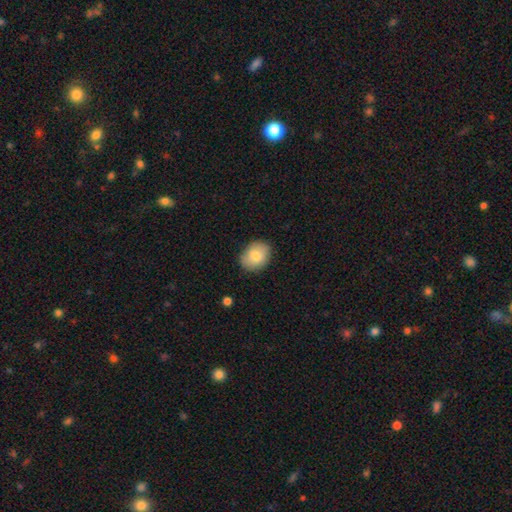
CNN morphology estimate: smooth_or_featured: smooth (p=0.80) [alt: featured or disk p=0.13]
how_rounded: in between (p=0.57) [alt: round p=0.42]
merging: none (p=0.83) [alt: minor disturbance p=0.14]